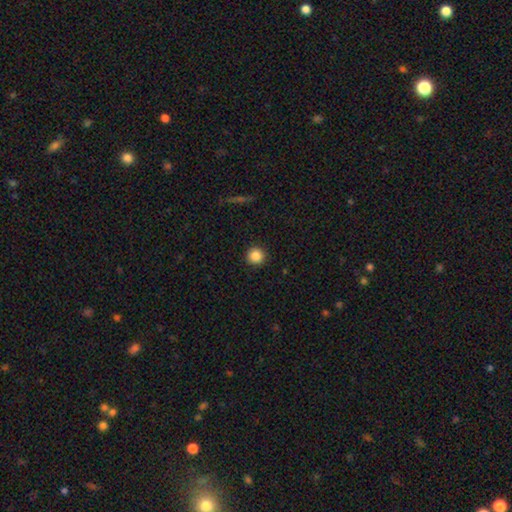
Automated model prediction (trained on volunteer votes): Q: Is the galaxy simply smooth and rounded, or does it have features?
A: smooth — 86%.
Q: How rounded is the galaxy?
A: round — 95%.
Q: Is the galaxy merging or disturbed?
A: none — 92%.